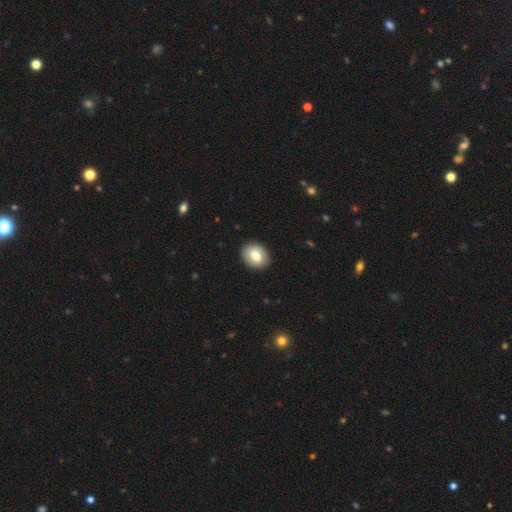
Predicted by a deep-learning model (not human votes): smooth_or_featured: smooth (p=0.75) [alt: featured or disk p=0.18]
how_rounded: in between (p=0.56) [alt: round p=0.43]
merging: none (p=0.88) [alt: minor disturbance p=0.09]